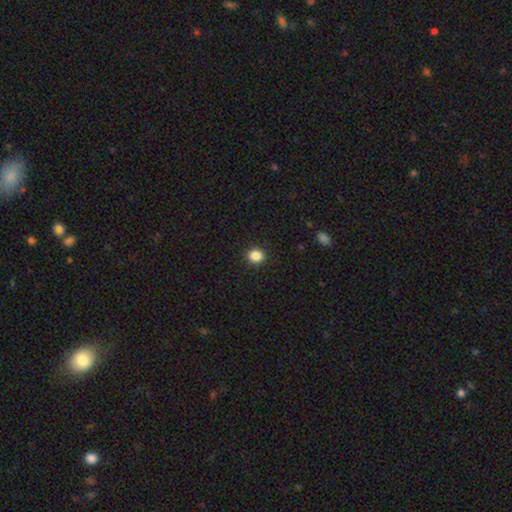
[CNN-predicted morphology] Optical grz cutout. It shows a smooth galaxy with no disk features (87%) that is round (76%). Merging: none (92%).